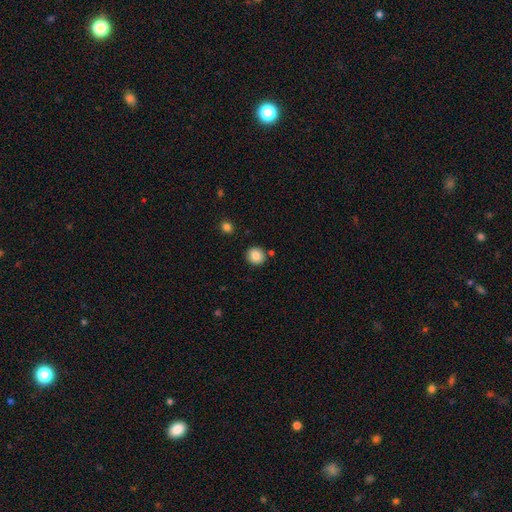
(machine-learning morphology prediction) This is clearly a smooth galaxy (85%). How rounded: clearly round (86%). Merging: clearly none (86%).